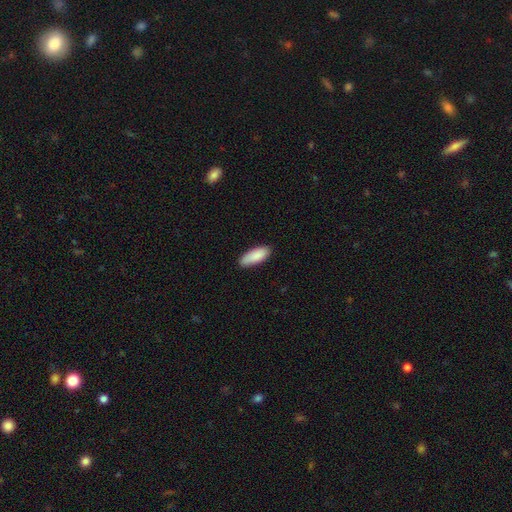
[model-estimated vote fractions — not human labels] A smooth galaxy with no disk features (89%) that is in between round and cigar-shaped (74%). Merging: none (83%).